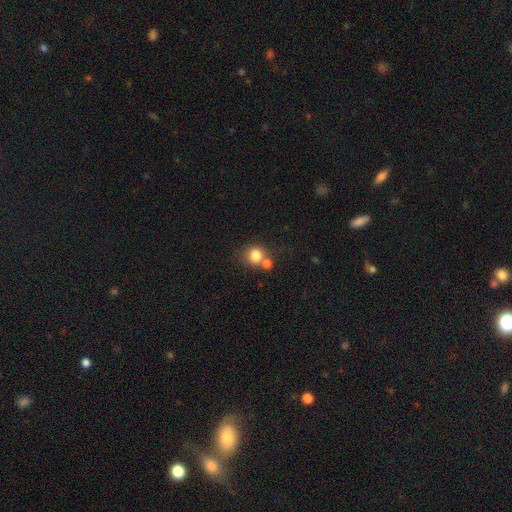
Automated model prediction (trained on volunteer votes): Smooth or featured?
  - smooth: 80% *
  - star or artifact: 11%
  - featured or disk: 9%
How rounded?
  - round: 84% *
  - in between: 15%
  - cigar-shaped: 1%
Merging?
  - none: 53% *
  - merger: 34%
  - minor disturbance: 9%
  - major disturbance: 4%